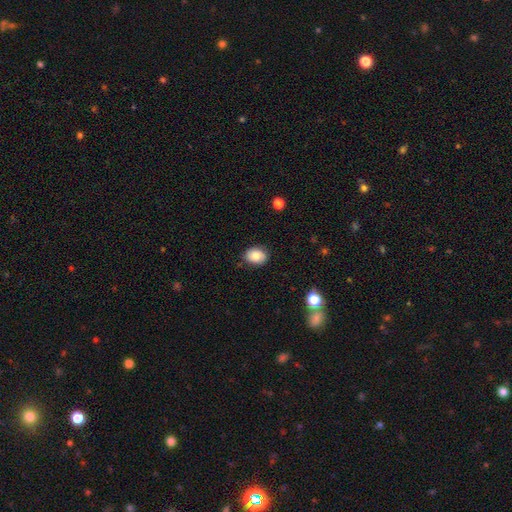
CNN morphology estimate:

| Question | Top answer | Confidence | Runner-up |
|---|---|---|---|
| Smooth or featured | smooth | 84% | star or artifact (8%) |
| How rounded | in between | 67% | round (32%) |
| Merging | none | 84% | minor disturbance (12%) |